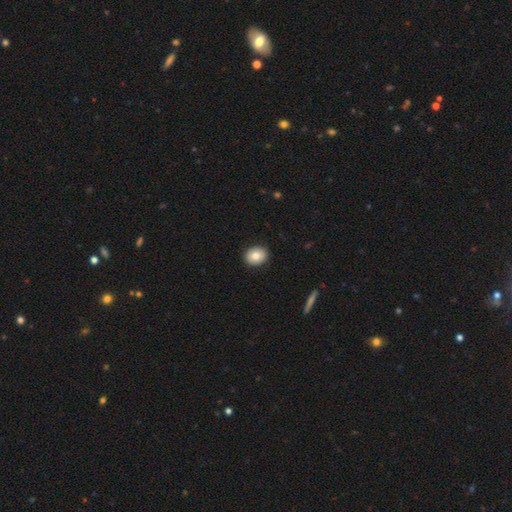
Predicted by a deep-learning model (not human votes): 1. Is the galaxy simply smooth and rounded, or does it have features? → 80% smooth, 12% featured or disk, 8% star or artifact.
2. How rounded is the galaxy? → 63% round, 36% in between, 1% cigar-shaped.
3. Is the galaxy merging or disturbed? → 90% none, 7% minor disturbance, 2% major disturbance, 1% merger.